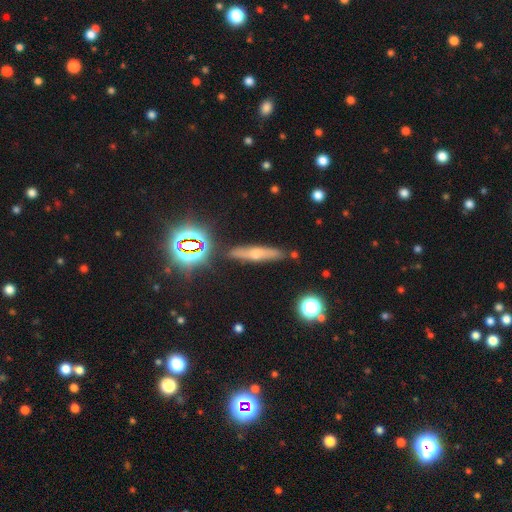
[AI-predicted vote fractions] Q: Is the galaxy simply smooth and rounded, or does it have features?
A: smooth — 42%.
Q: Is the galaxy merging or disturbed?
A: none — 84%.